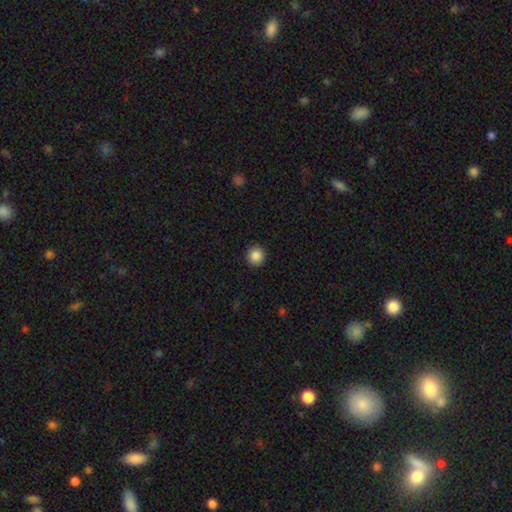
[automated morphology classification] A smooth galaxy with no disk features (88%) that is round (94%). Merging: none (93%).